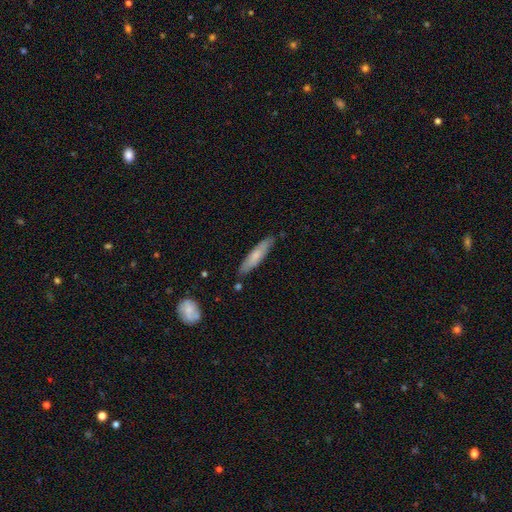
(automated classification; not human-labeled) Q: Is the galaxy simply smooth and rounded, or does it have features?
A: smooth — 64%.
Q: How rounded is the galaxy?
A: cigar-shaped — 82%.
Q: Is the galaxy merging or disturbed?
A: none — 80%.